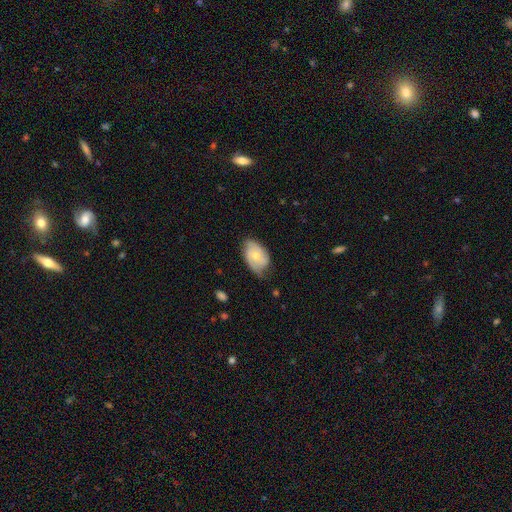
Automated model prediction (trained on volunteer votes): Q: Smooth or featured?
A: featured or disk (50%); runner-up: smooth (43%)
Q: Edge-on disk?
A: no (94%); runner-up: yes (6%)
Q: Merging?
A: none (57%); runner-up: minor disturbance (34%)